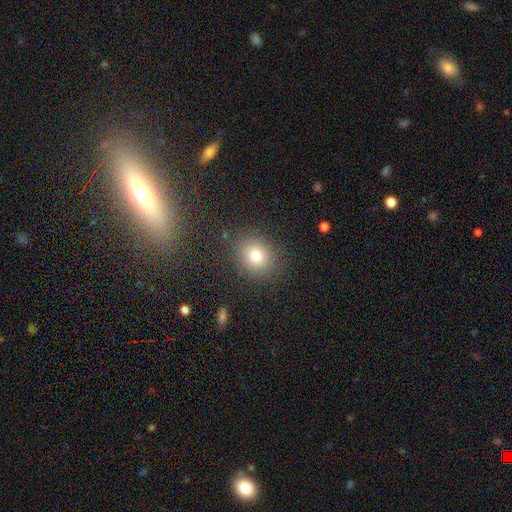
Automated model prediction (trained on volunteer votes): smooth-or-featured: smooth: 76% | star or artifact: 14% | featured or disk: 10%
  how-rounded: round: 69% | in between: 30% | cigar-shaped: 1%
  merging: none: 86% | minor disturbance: 9% | major disturbance: 4% | merger: 2%